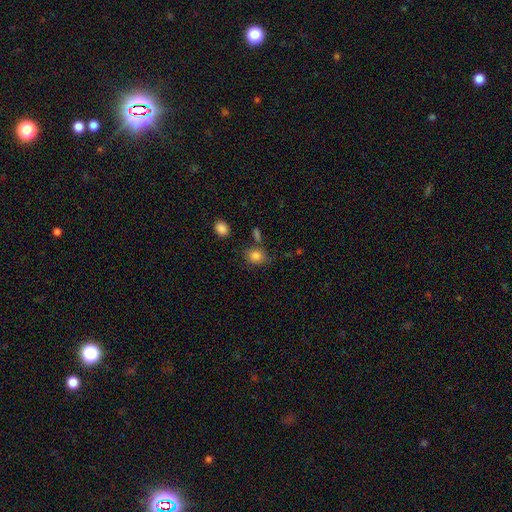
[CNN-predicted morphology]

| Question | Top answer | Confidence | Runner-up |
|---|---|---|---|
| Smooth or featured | smooth | 83% | star or artifact (10%) |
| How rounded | round | 59% | in between (40%) |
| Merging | none | 70% | minor disturbance (17%) |